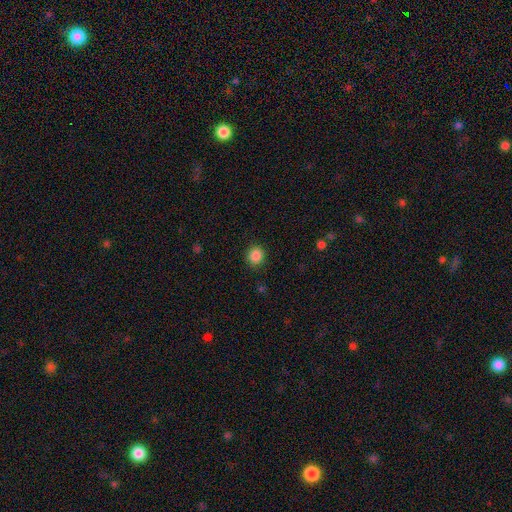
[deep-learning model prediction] Smooth or featured?
  - smooth: 87% *
  - star or artifact: 10%
  - featured or disk: 3%
How rounded?
  - round: 84% *
  - in between: 15%
  - cigar-shaped: 1%
Merging?
  - none: 89% *
  - minor disturbance: 7%
  - major disturbance: 2%
  - merger: 1%